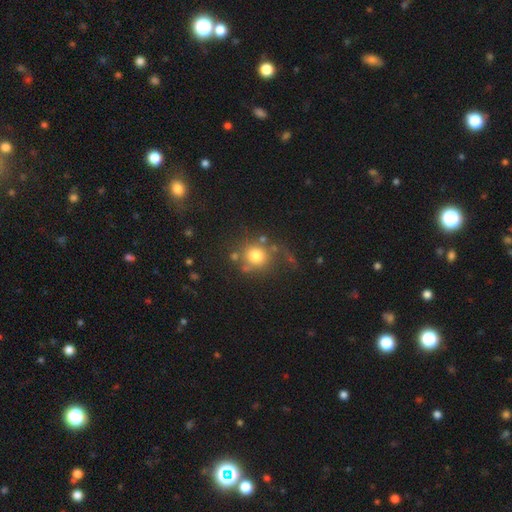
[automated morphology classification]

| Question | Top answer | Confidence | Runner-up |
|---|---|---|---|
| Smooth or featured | smooth | 72% | featured or disk (15%) |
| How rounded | round | 86% | in between (13%) |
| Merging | none | 59% | minor disturbance (17%) |